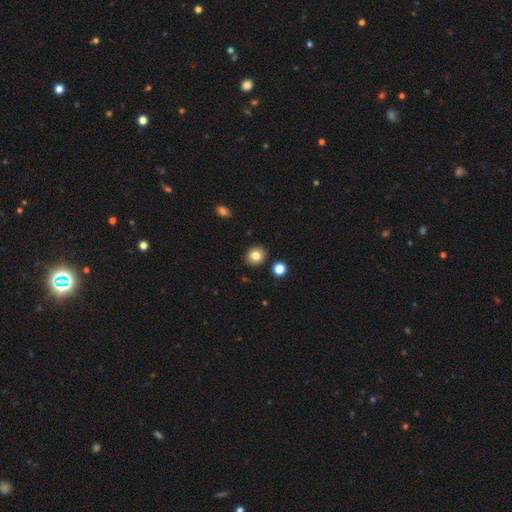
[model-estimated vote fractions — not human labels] smooth_or_featured: smooth (p=0.82) [alt: star or artifact p=0.10]
how_rounded: round (p=0.78) [alt: in between p=0.21]
merging: none (p=0.89) [alt: minor disturbance p=0.07]